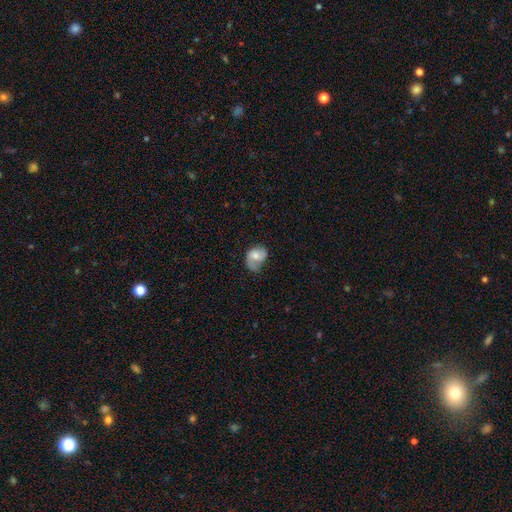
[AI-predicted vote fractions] A featured or disk galaxy (49%). Merging: none (42%).